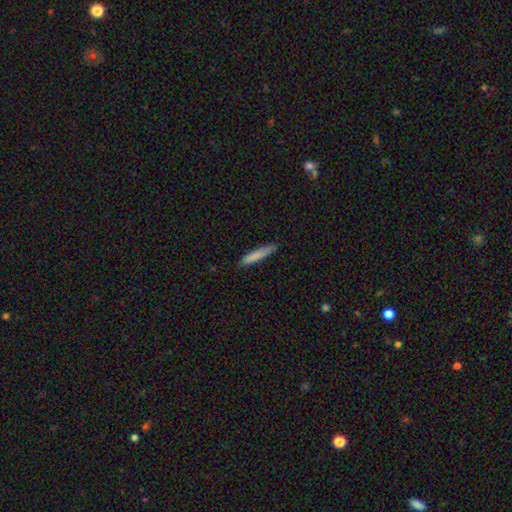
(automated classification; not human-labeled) Morphology: type=smooth (82%); roundness=cigar-shaped (90%); merging=none (83%).